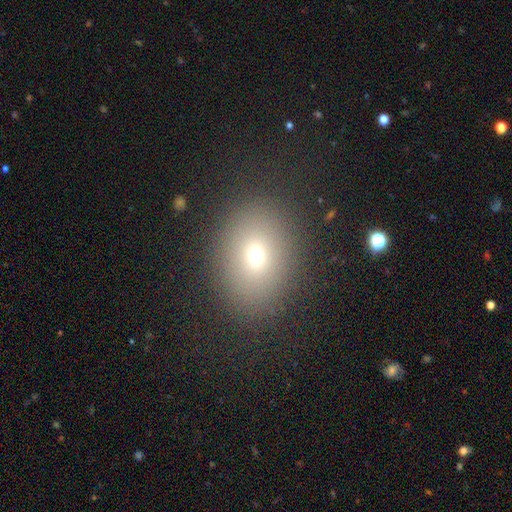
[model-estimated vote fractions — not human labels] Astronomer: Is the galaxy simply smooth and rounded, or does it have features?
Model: smooth — 69%.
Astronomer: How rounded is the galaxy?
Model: in between — 57% (runner-up: round, 41%).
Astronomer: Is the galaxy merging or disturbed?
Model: none — 86%.